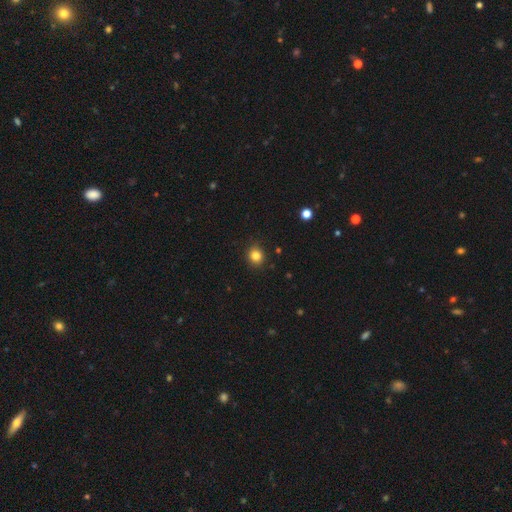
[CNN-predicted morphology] Smooth or featured?
  - smooth: 83% *
  - star or artifact: 12%
  - featured or disk: 5%
How rounded?
  - round: 84% *
  - in between: 15%
  - cigar-shaped: 1%
Merging?
  - none: 90% *
  - minor disturbance: 7%
  - major disturbance: 2%
  - merger: 1%